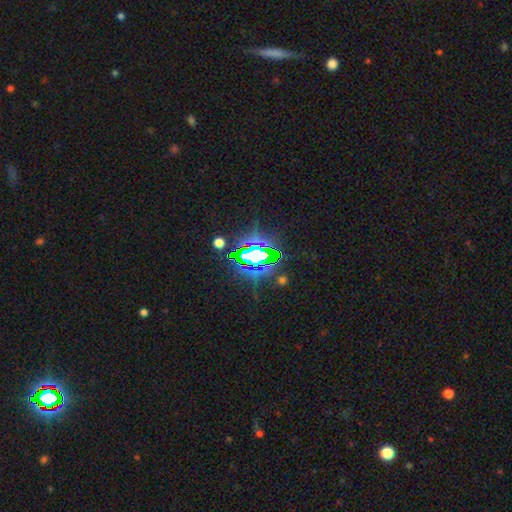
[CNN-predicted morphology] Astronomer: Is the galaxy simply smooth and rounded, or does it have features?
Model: star or artifact — 74%.